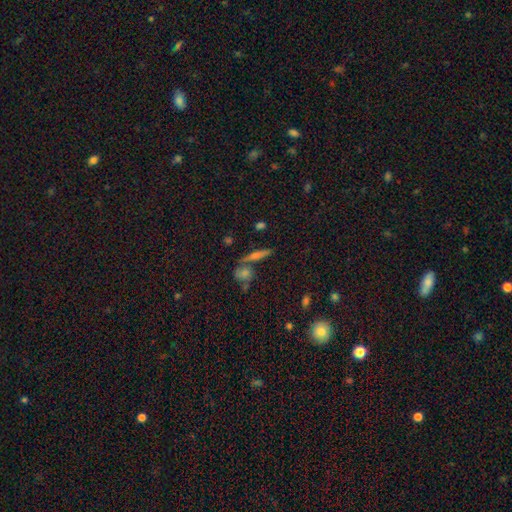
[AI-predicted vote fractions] This is marginally a featured or disk galaxy (43%). Merging: likely none (66%).